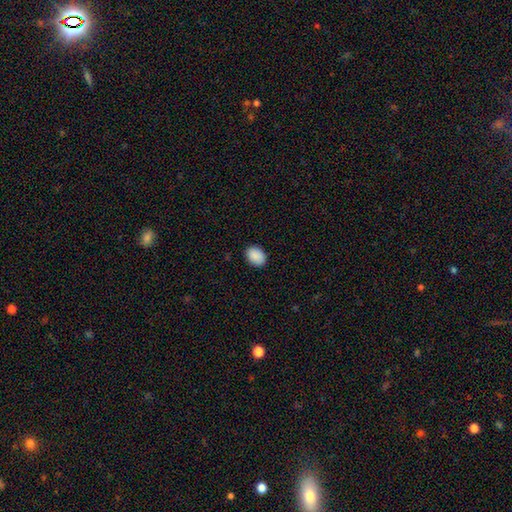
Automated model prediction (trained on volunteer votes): This is clearly a smooth galaxy (90%). How rounded: likely in between (72%). Merging: clearly none (88%).